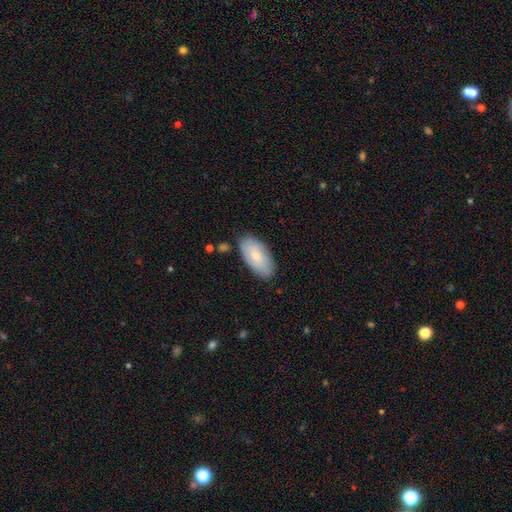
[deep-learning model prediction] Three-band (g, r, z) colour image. It shows a smooth galaxy with no disk features (68%) that is in between round and cigar-shaped (94%). Merging: none (80%).